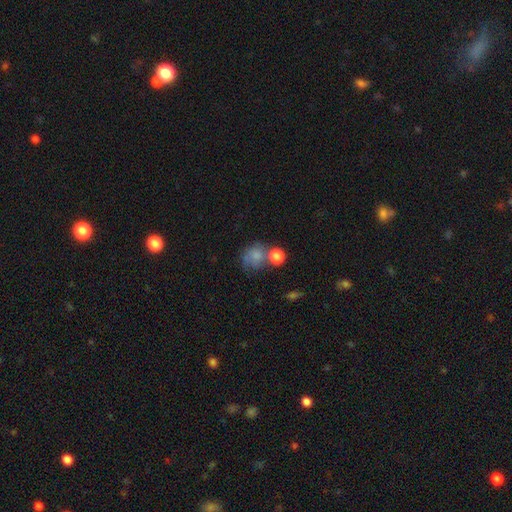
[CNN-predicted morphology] A smooth galaxy with no disk features (73%) that is round (72%). Merging: none (39%).